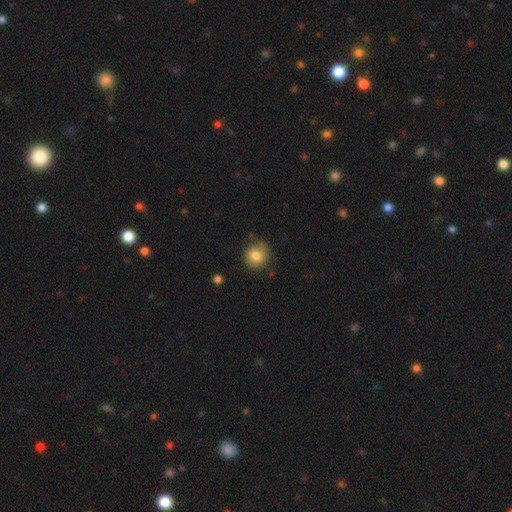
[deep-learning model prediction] This is clearly a smooth galaxy (81%). How rounded: clearly round (84%). Merging: likely none (78%).